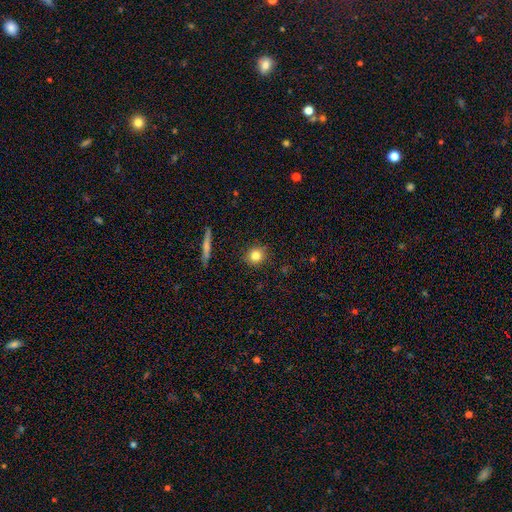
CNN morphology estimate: Smooth or featured?
  - smooth: 81% *
  - star or artifact: 11%
  - featured or disk: 9%
How rounded?
  - round: 89% *
  - in between: 9%
  - cigar-shaped: 2%
Merging?
  - none: 89% *
  - minor disturbance: 7%
  - major disturbance: 2%
  - merger: 2%